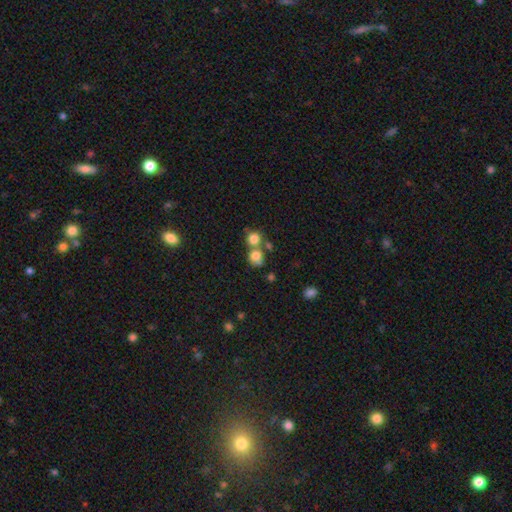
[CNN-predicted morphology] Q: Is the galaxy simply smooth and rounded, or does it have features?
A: smooth — 77%.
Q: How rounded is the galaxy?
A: round — 81%.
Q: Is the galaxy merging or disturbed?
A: merger — 45%.